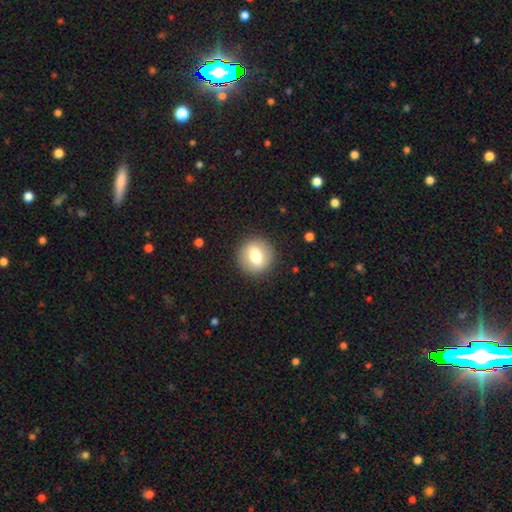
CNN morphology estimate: smooth 67%, featured or disk 25%, star or artifact 8%. Down the decision tree: how rounded — round (85%); merging — none (89%).